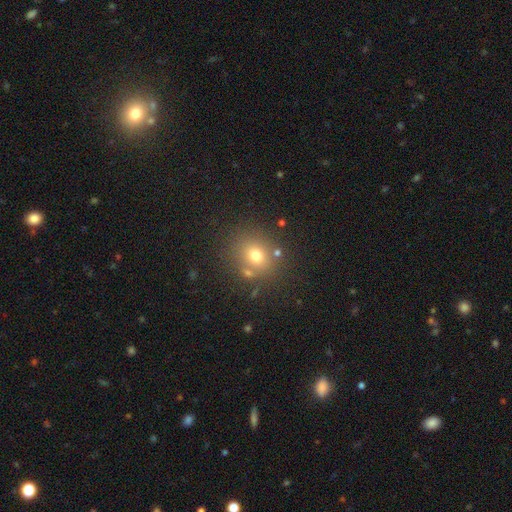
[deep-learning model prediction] Smooth or featured? smooth (71%)
How rounded? round (75%)
Merging? none (76%)